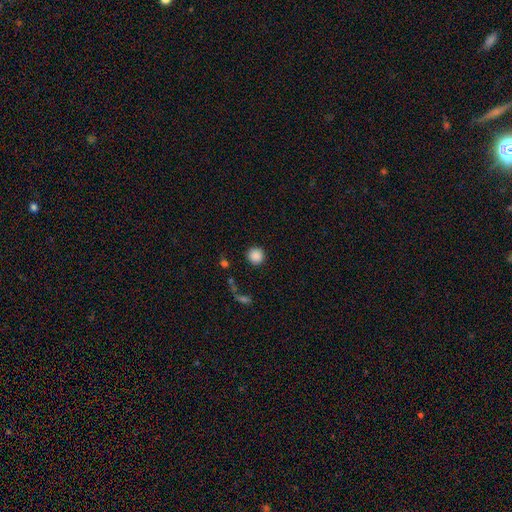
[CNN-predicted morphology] Smooth or featured: smooth — 87% (star or artifact — 10%)
How rounded: round — 95% (in between — 4%)
Merging: none — 88% (minor disturbance — 6%)